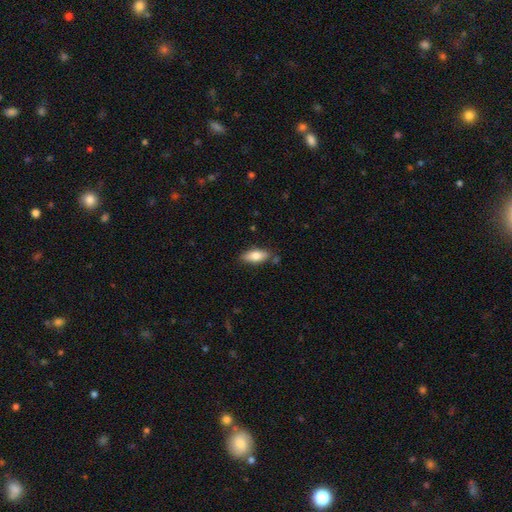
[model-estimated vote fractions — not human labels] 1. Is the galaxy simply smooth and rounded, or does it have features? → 77% smooth, 16% featured or disk, 6% star or artifact.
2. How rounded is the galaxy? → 76% in between, 21% cigar-shaped, 2% round.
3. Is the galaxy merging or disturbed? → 77% none, 15% minor disturbance, 4% merger, 3% major disturbance.